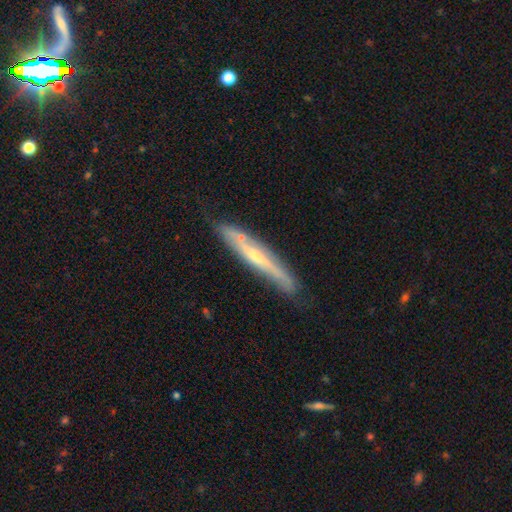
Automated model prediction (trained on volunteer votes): Smooth or featured: featured or disk — 68% (smooth — 26%)
Edge-on disk: yes — 79% (no — 21%)
Edge-on bulge: rounded — 48% (none — 42%)
Merging: none — 72% (minor disturbance — 20%)